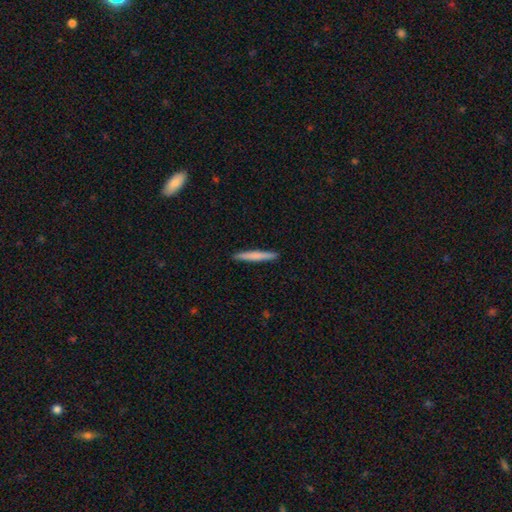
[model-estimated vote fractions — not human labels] smooth 71%, featured or disk 24%, star or artifact 5%. Down the decision tree: how rounded — cigar-shaped (96%); merging — none (93%).